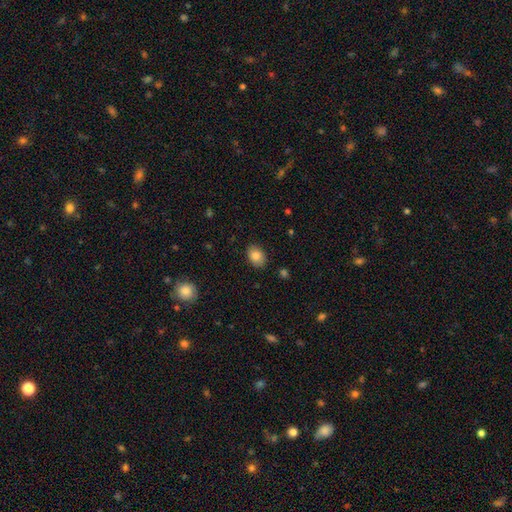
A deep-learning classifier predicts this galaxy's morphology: Smooth or featured? Predicted: smooth (p=0.85). How rounded? Predicted: in between (p=0.74). Merging? Predicted: none (p=0.85).